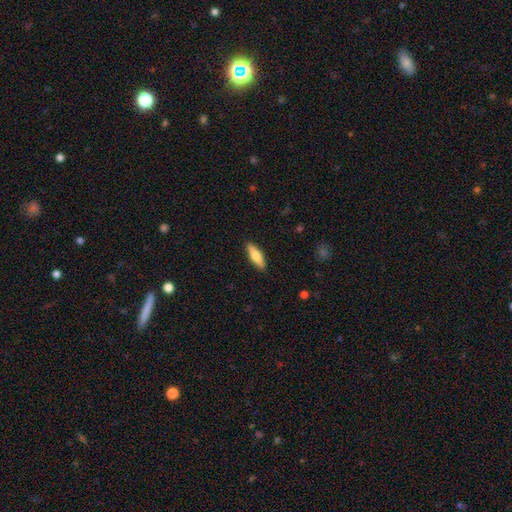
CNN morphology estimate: Smooth or featured: smooth — 64% (featured or disk — 31%)
How rounded: cigar-shaped — 54% (in between — 44%)
Merging: none — 90% (minor disturbance — 8%)